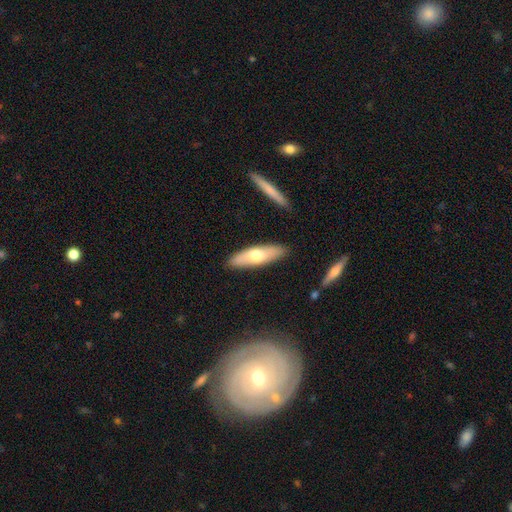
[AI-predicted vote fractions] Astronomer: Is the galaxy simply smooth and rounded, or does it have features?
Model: smooth — 59% (runner-up: featured or disk, 35%).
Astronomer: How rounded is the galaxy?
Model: cigar-shaped — 52% (runner-up: in between, 46%).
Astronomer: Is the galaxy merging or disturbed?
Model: none — 87%.